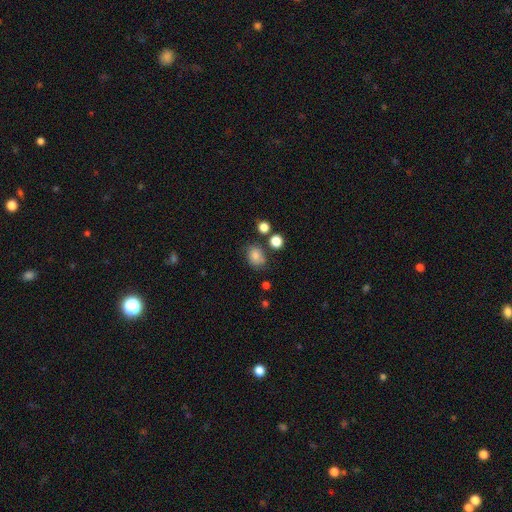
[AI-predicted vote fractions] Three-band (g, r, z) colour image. It shows a smooth galaxy with no disk features (80%) that is round (50%). Merging: none (67%).